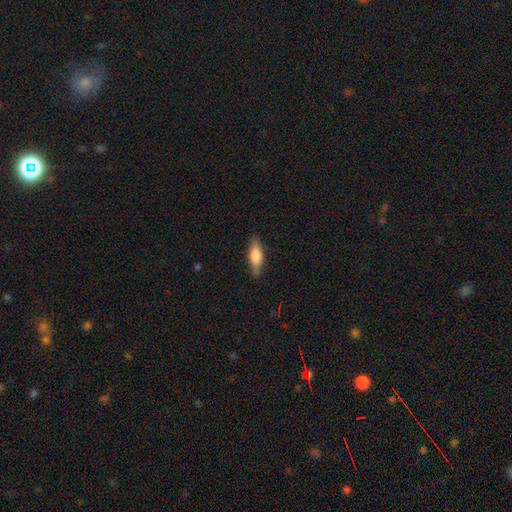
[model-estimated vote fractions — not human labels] Q: Smooth or featured?
A: smooth (63%); runner-up: featured or disk (31%)
Q: How rounded?
A: in between (53%); runner-up: cigar-shaped (45%)
Q: Merging?
A: none (85%); runner-up: minor disturbance (11%)